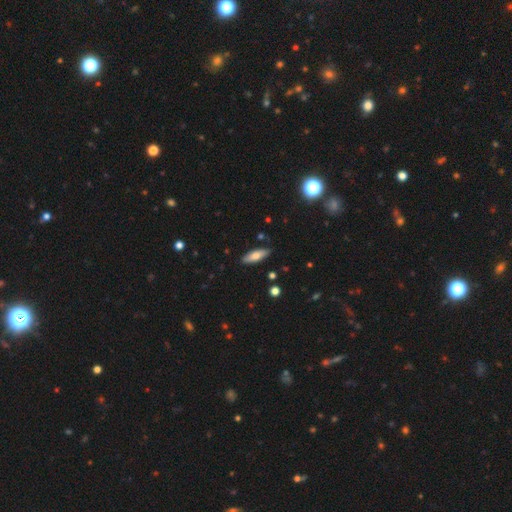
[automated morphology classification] Smooth or featured? Predicted: smooth (p=0.72). How rounded? Predicted: in between (p=0.58). Merging? Predicted: none (p=0.86).